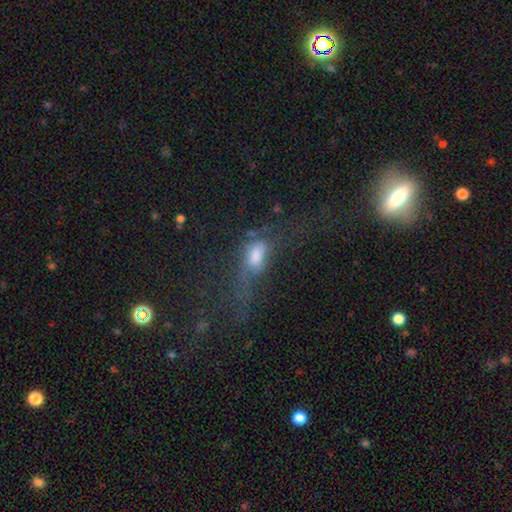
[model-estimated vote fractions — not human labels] Smooth or featured? Predicted: smooth (p=0.60). How rounded? Predicted: in between (p=0.75). Merging? Predicted: major disturbance (p=0.52).